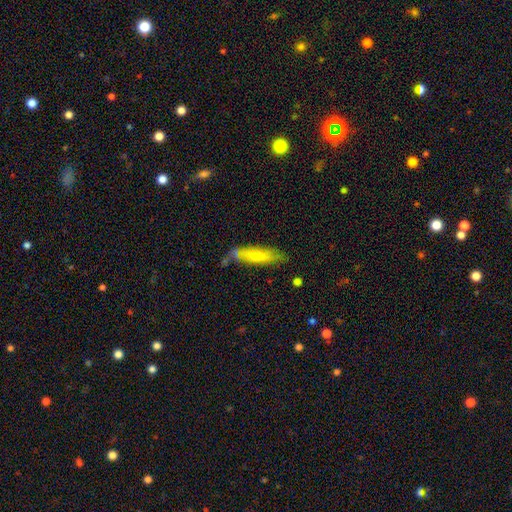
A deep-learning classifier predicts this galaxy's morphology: Smooth or featured: smooth — 63% (featured or disk — 30%)
How rounded: cigar-shaped — 74% (in between — 24%)
Merging: none — 66% (minor disturbance — 21%)